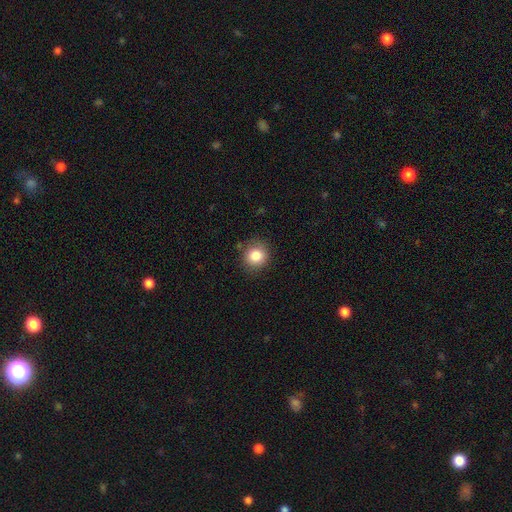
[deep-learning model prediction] This is clearly a smooth galaxy (83%). How rounded: clearly round (88%). Merging: clearly none (84%).